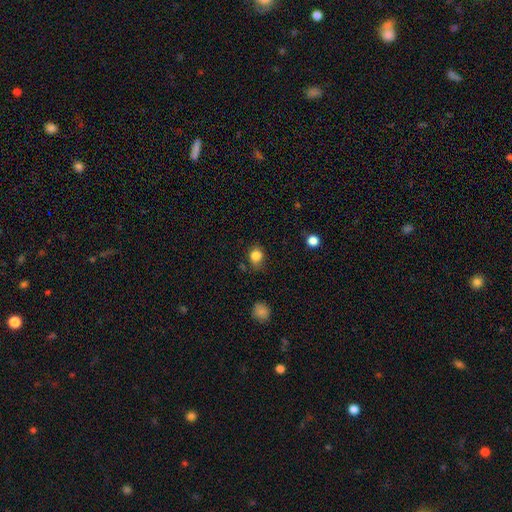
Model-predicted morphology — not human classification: A smooth galaxy with no disk features (84%) that is round (57%).

Vote fractions:
- Smooth or featured? smooth: 84% / star or artifact: 11% / featured or disk: 5%
- How rounded? round: 57% / in between: 42% / cigar-shaped: 1%
- Merging? none: 69% / minor disturbance: 23% / major disturbance: 6% / merger: 3%